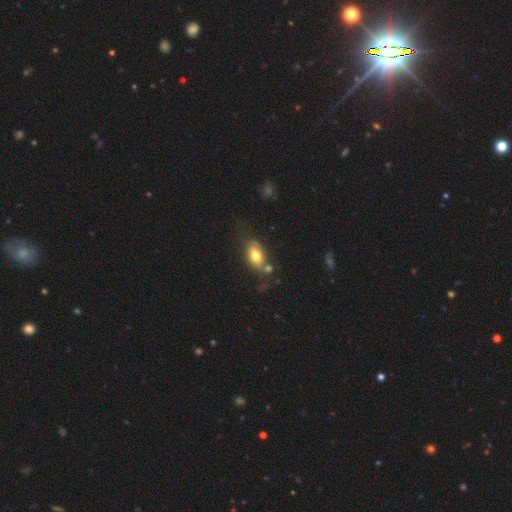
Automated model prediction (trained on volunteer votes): Morphology: type=smooth (74%); roundness=in between (86%); merging=none (53%).